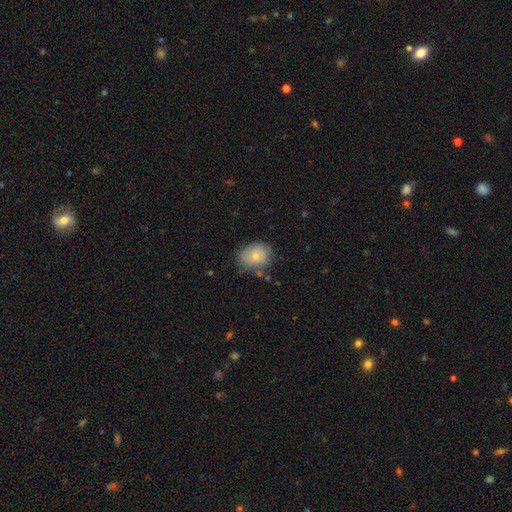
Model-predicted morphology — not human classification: smooth-or-featured: smooth: 72% | featured or disk: 20% | star or artifact: 8%
  how-rounded: round: 51% | in between: 48% | cigar-shaped: 1%
  merging: none: 63% | minor disturbance: 26% | major disturbance: 6% | merger: 5%